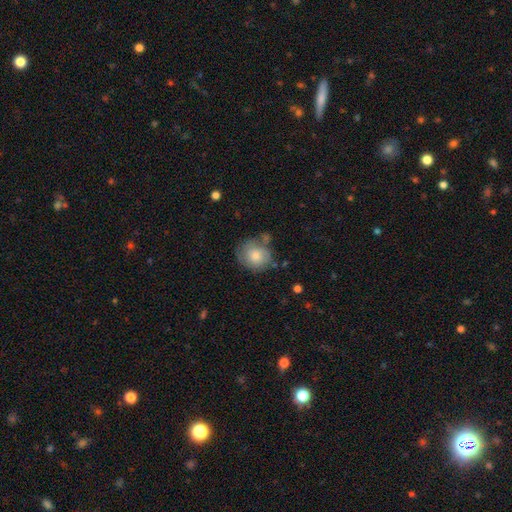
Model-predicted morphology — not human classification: Smooth or featured?
  - smooth: 73% *
  - featured or disk: 20%
  - star or artifact: 7%
How rounded?
  - round: 74% *
  - in between: 25%
  - cigar-shaped: 1%
Merging?
  - none: 59% *
  - minor disturbance: 23%
  - merger: 10%
  - major disturbance: 8%